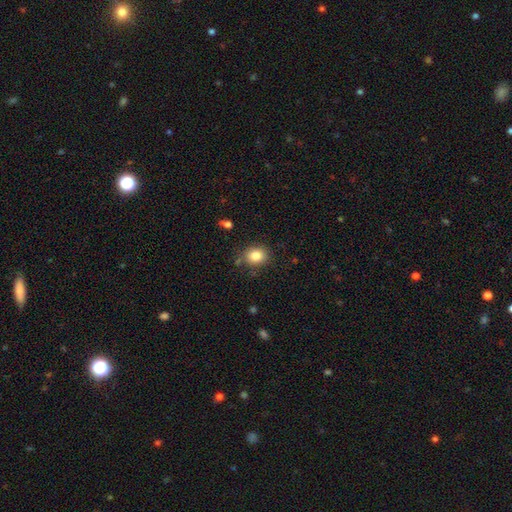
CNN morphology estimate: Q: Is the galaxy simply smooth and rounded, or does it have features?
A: smooth — 83%.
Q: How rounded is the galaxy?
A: round — 65%.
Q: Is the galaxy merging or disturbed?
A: none — 81%.